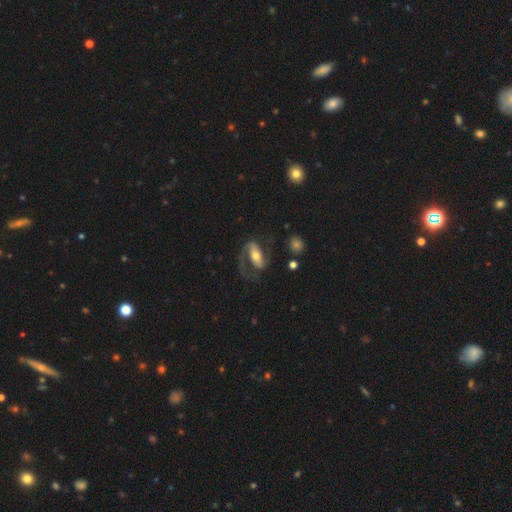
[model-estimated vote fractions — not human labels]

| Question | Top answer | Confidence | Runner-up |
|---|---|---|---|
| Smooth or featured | featured or disk | 80% | smooth (15%) |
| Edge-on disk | no | 94% | yes (6%) |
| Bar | strong | 51% | weak (27%) |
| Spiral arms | yes | 91% | no (9%) |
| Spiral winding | medium | 49% | loose (33%) |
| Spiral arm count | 2 | 81% | 1 (13%) |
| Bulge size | moderate | 65% | small (22%) |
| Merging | none | 58% | major disturbance (23%) |